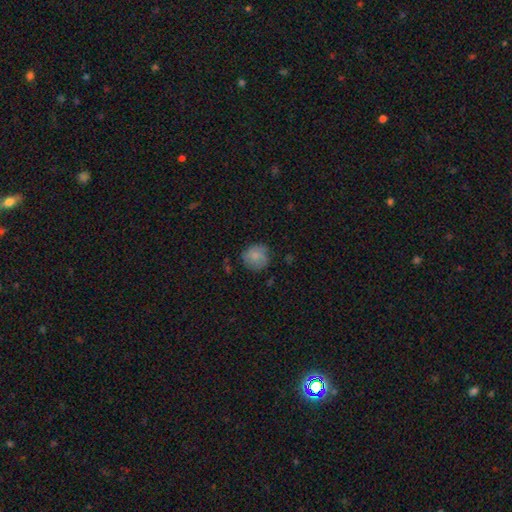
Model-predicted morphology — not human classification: Overall: smooth (78%). How rounded: round (87%). Merging: none (71%).